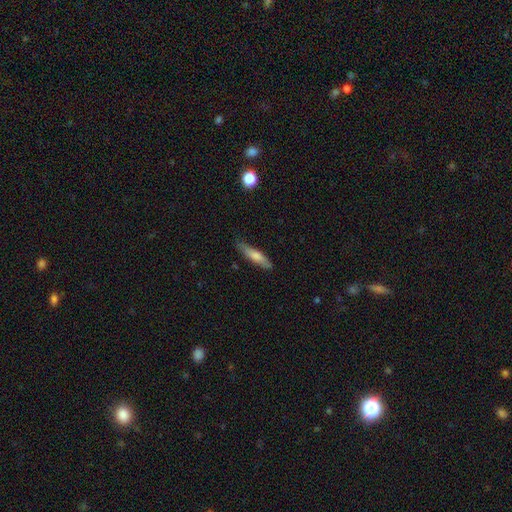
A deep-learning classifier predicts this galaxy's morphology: Smooth or featured? Predicted: smooth (p=0.57). How rounded? Predicted: cigar-shaped (p=0.82). Merging? Predicted: none (p=0.82).